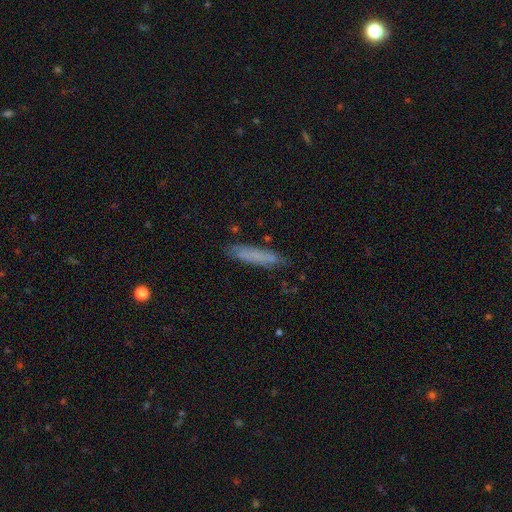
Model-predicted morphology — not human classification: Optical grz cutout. It shows a smooth galaxy with no disk features (71%) that is cigar-shaped (89%). Merging: none (81%).